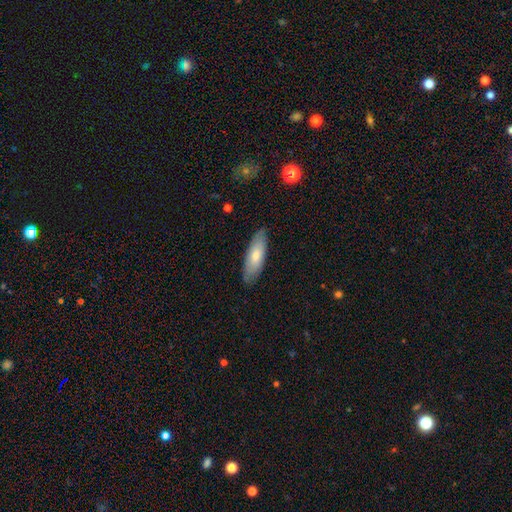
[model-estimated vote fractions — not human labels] This appears to be a smooth galaxy with no disk features (70%) that is in between round and cigar-shaped (60%). Merging: none (83%).